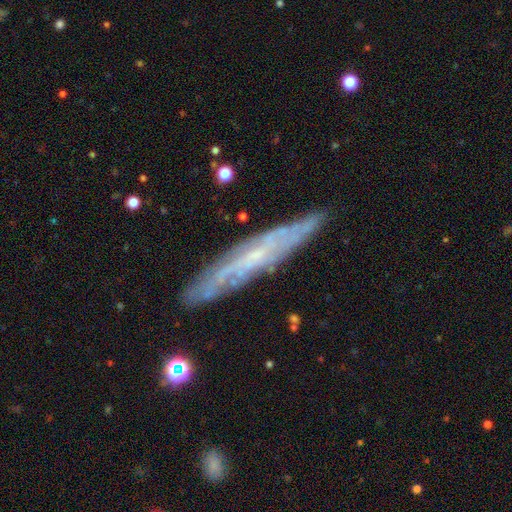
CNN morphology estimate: This is likely a featured or disk galaxy (69%). It is likely viewed edge-on (69%). Merging: clearly none (85%).